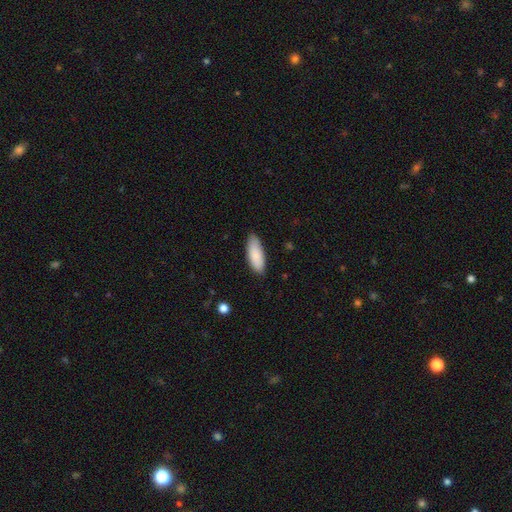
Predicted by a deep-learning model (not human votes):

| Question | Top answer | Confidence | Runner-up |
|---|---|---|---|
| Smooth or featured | smooth | 88% | featured or disk (6%) |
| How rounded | in between | 74% | cigar-shaped (25%) |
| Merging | none | 83% | minor disturbance (14%) |